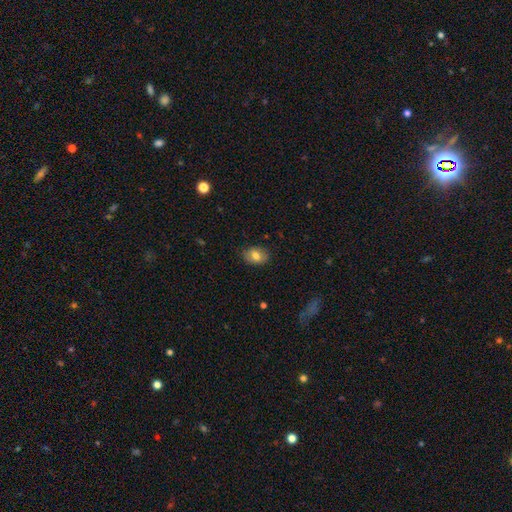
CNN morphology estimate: smooth_or_featured: smooth (p=0.76) [alt: featured or disk p=0.15]
how_rounded: in between (p=0.74) [alt: round p=0.24]
merging: none (p=0.85) [alt: minor disturbance p=0.12]